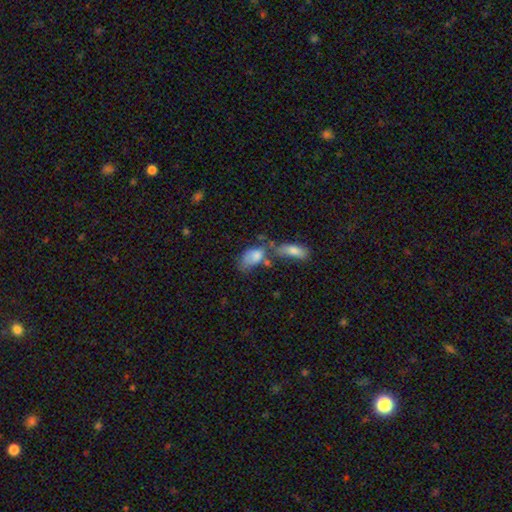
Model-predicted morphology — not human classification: A smooth galaxy with no disk features (75%) that is in between round and cigar-shaped (88%). Merging: merger (42%).